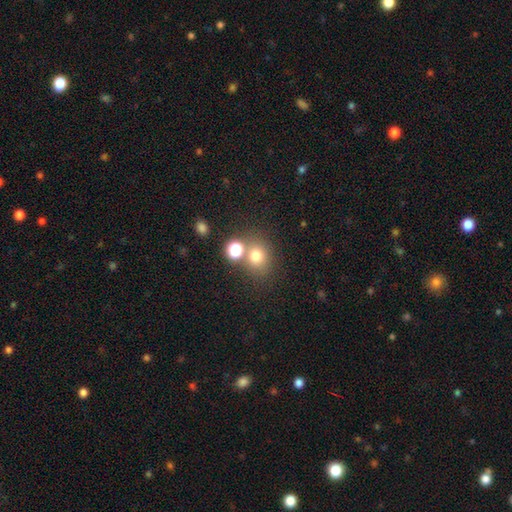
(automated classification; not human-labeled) smooth-or-featured: smooth: 73% | star or artifact: 17% | featured or disk: 10%
  how-rounded: round: 74% | in between: 25% | cigar-shaped: 1%
  merging: none: 63% | merger: 22% | minor disturbance: 10% | major disturbance: 5%